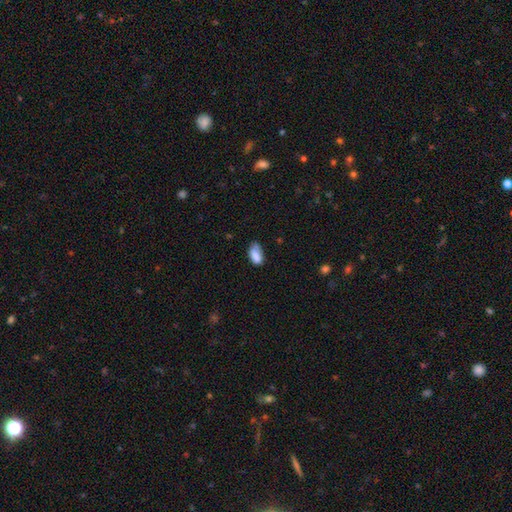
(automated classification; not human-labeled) smooth-or-featured: smooth: 82% | featured or disk: 9% | star or artifact: 9%
  how-rounded: in between: 91% | round: 5% | cigar-shaped: 3%
  merging: none: 47% | minor disturbance: 37% | major disturbance: 11% | merger: 5%